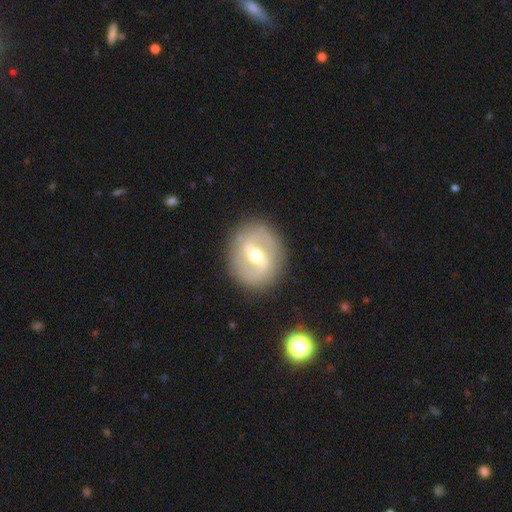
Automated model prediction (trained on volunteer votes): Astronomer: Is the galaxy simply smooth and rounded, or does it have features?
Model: featured or disk — 75%.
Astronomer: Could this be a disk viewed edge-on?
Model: no — 95%.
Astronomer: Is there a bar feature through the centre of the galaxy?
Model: weak — 44% (runner-up: strong, 43%).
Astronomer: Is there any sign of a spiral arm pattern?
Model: yes — 74%.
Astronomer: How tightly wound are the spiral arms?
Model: medium — 41% (runner-up: loose, 36%).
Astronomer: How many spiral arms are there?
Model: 2 — 87%.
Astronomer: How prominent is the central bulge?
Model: moderate — 67%.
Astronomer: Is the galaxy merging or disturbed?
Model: none — 86%.